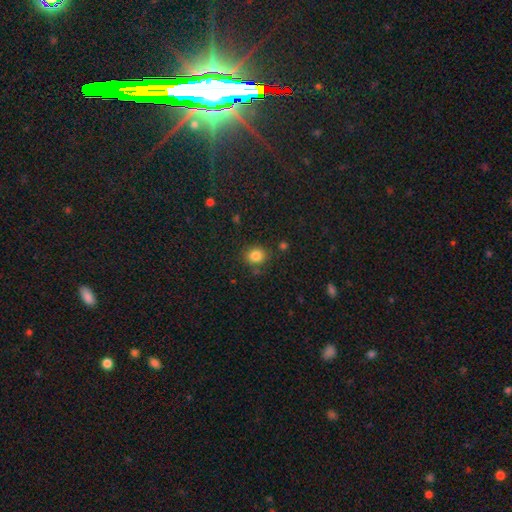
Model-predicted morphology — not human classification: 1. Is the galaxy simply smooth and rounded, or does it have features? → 83% smooth, 12% star or artifact, 6% featured or disk.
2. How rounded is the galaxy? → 74% round, 25% in between, 1% cigar-shaped.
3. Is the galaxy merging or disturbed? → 81% none, 11% minor disturbance, 4% merger, 3% major disturbance.